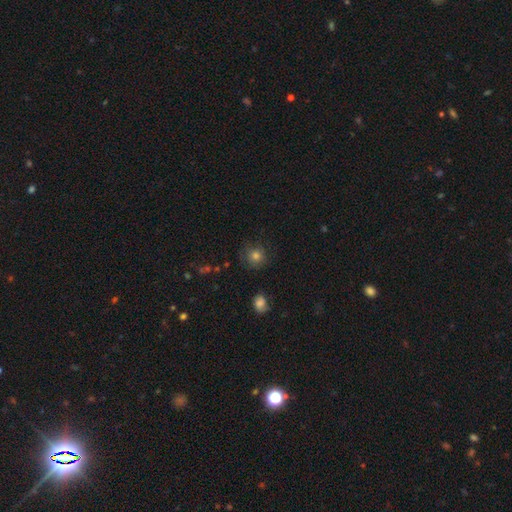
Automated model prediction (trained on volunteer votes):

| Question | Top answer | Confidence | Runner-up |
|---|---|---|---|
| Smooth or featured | smooth | 75% | star or artifact (15%) |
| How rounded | round | 90% | in between (9%) |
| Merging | none | 78% | minor disturbance (15%) |